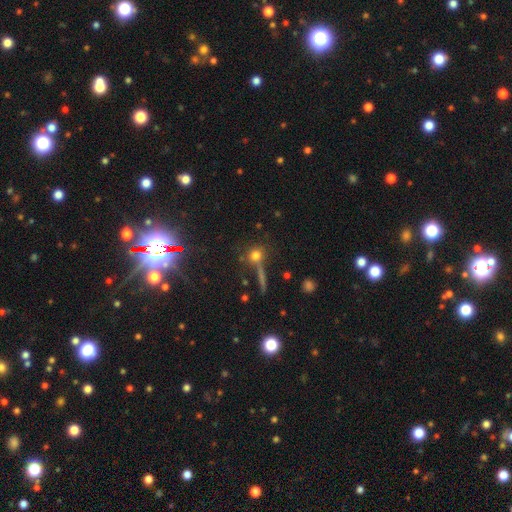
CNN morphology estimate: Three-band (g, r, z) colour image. It shows a smooth galaxy with no disk features (68%) that is round (84%). Merging: none (68%).